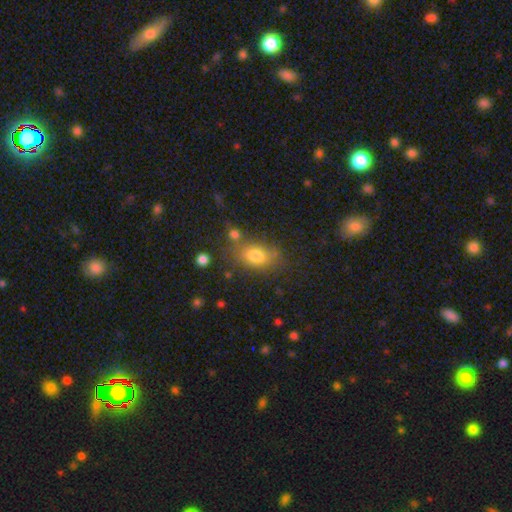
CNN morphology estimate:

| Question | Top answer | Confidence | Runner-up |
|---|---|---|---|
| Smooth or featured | smooth | 77% | featured or disk (12%) |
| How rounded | in between | 75% | round (23%) |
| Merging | none | 66% | minor disturbance (17%) |